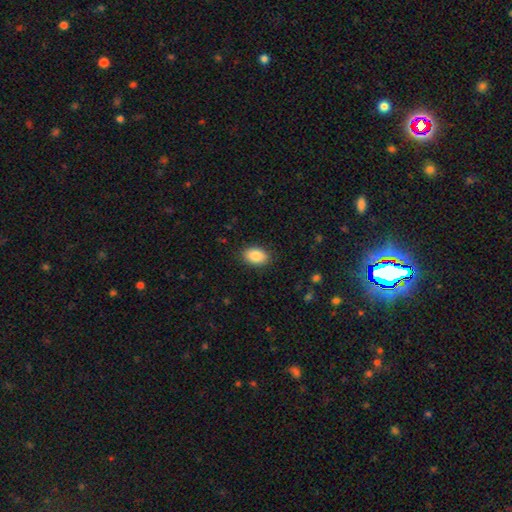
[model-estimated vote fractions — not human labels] The model was most divided on "how rounded": in between: 88%, round: 11%, cigar-shaped: 1%. More confident: merging — none (88%); smooth or featured — smooth (87%).